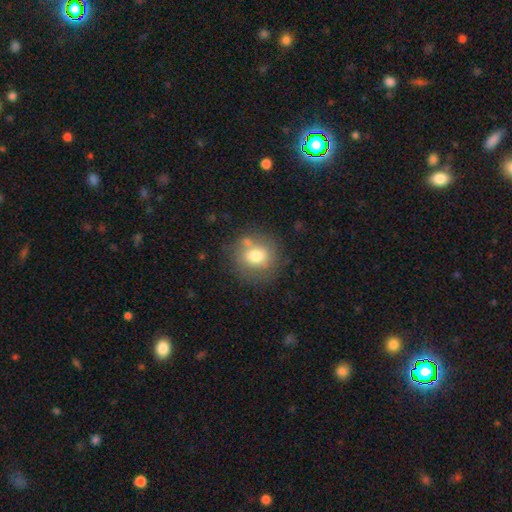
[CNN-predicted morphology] Smooth or featured: smooth — 71% (featured or disk — 19%)
How rounded: round — 79% (in between — 20%)
Merging: none — 70% (minor disturbance — 16%)